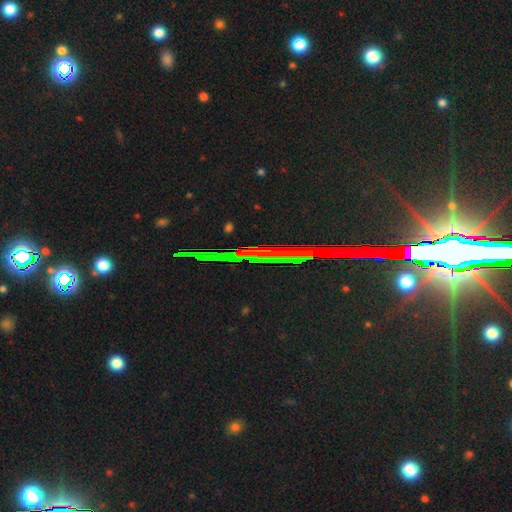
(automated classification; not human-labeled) Morphology: type=star or artifact (78%).